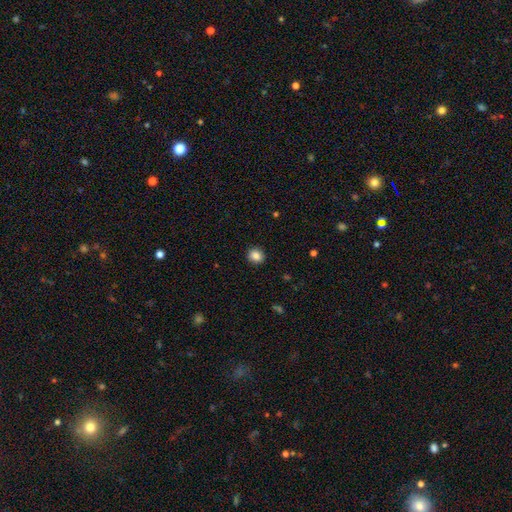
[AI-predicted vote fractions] Overall: smooth (85%). How rounded: round (83%). Merging: none (91%).